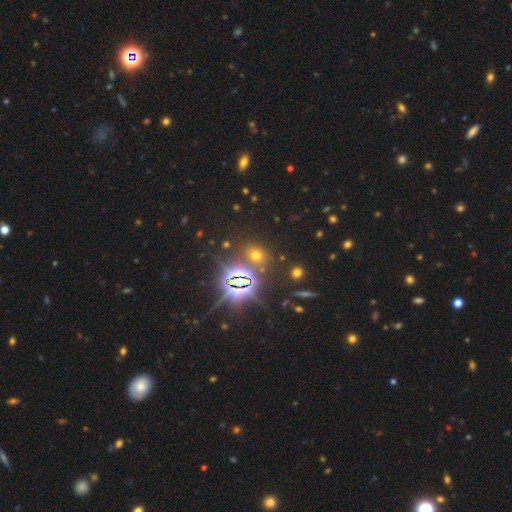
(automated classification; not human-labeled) This appears to be a star or artifact, not a galaxy (47%).